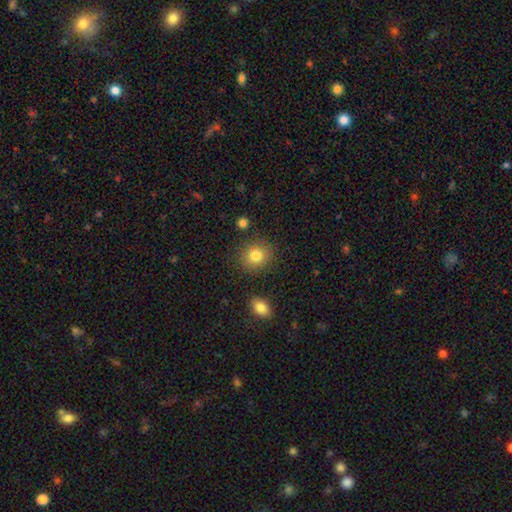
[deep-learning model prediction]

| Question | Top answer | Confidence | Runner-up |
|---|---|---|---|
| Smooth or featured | smooth | 81% | star or artifact (11%) |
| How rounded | round | 76% | in between (23%) |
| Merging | none | 84% | minor disturbance (9%) |